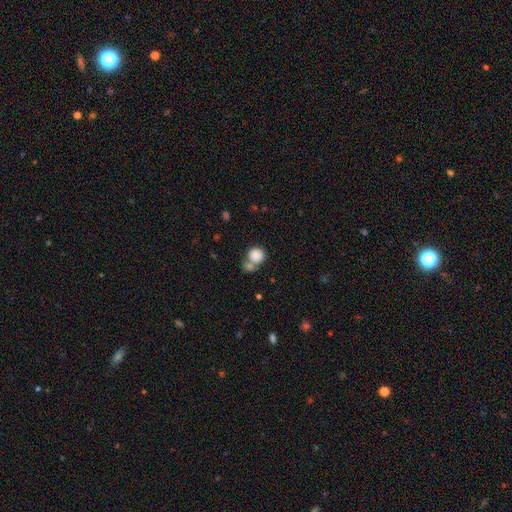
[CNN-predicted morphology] Q: Smooth or featured?
A: smooth (85%); runner-up: star or artifact (9%)
Q: How rounded?
A: round (84%); runner-up: in between (15%)
Q: Merging?
A: none (43%); runner-up: merger (41%)